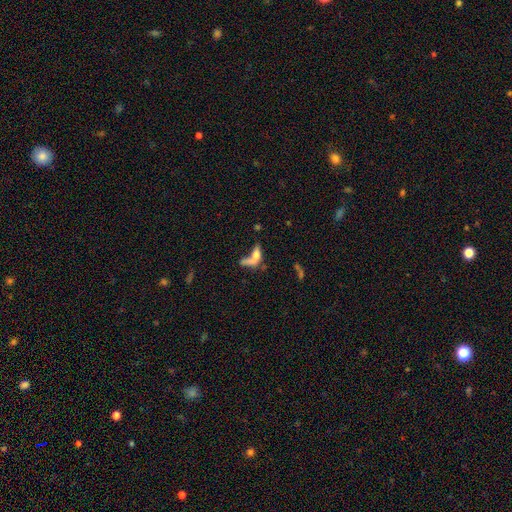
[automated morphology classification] Smooth or featured? Predicted: smooth (p=0.47). Merging? Predicted: merger (p=0.39).